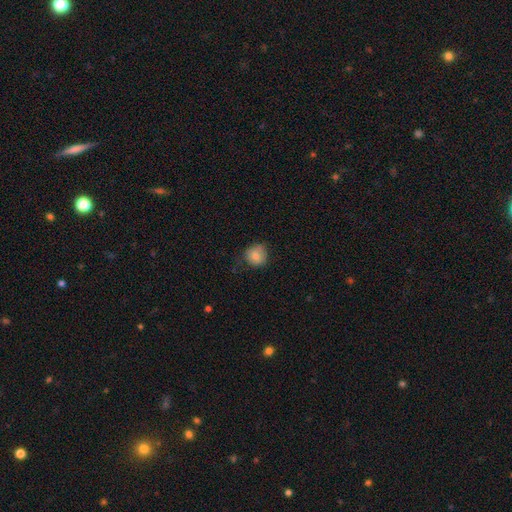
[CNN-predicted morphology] Smooth or featured? Predicted: smooth (p=0.80). How rounded? Predicted: round (p=0.83). Merging? Predicted: none (p=0.64).